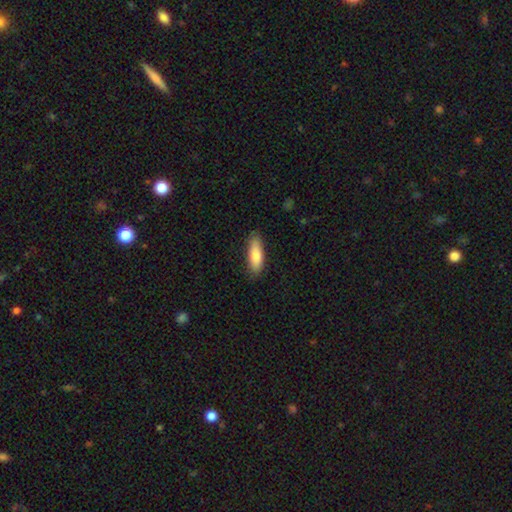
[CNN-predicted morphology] A smooth galaxy with no disk features (81%) that is in between round and cigar-shaped (54%).

Vote fractions:
- Smooth or featured? smooth: 81% / featured or disk: 13% / star or artifact: 6%
- How rounded? in between: 54% / cigar-shaped: 44% / round: 2%
- Merging? none: 83% / minor disturbance: 13% / major disturbance: 2% / merger: 1%